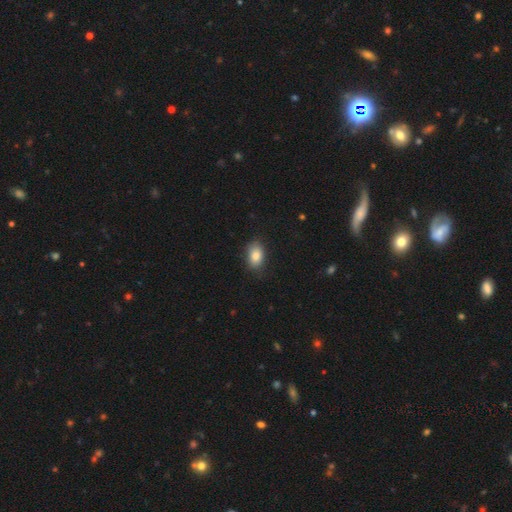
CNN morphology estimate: Smooth or featured: smooth — 83% (featured or disk — 9%)
How rounded: in between — 84% (round — 14%)
Merging: none — 80% (minor disturbance — 15%)